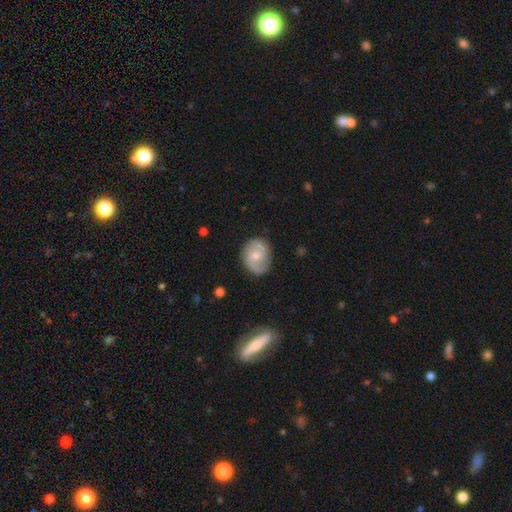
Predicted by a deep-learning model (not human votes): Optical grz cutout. It shows a featured or disk galaxy (60%) with no bar (59%), 2 (85%) medium (46%) spiral arms (86%) and a moderate central bulge (57%). Merging: none (79%).